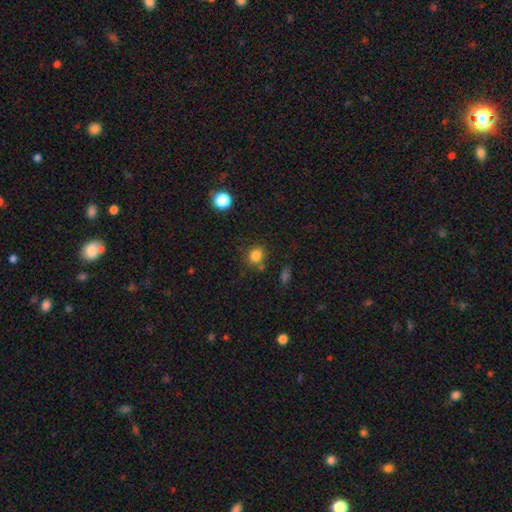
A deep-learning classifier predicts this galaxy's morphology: smooth_or_featured: smooth (p=0.82) [alt: star or artifact p=0.12]
how_rounded: round (p=0.79) [alt: in between p=0.20]
merging: none (p=0.76) [alt: minor disturbance p=0.12]